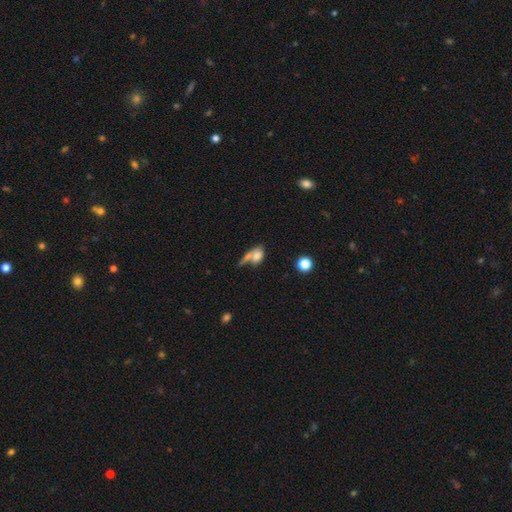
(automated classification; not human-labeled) smooth_or_featured: smooth (p=0.69) [alt: featured or disk p=0.20]
how_rounded: in between (p=0.74) [alt: round p=0.18]
merging: merger (p=0.44) [alt: none p=0.30]